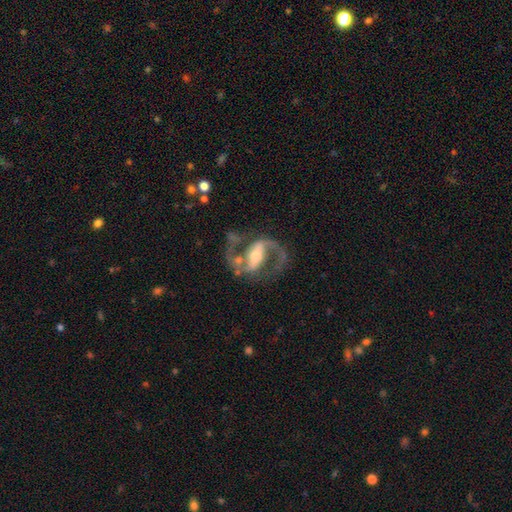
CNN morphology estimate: A featured or disk galaxy (91%) with a strong bar (58%), 2 (92%) medium (61%) spiral arms (97%) and a moderate central bulge (55%). Merging: none (71%).